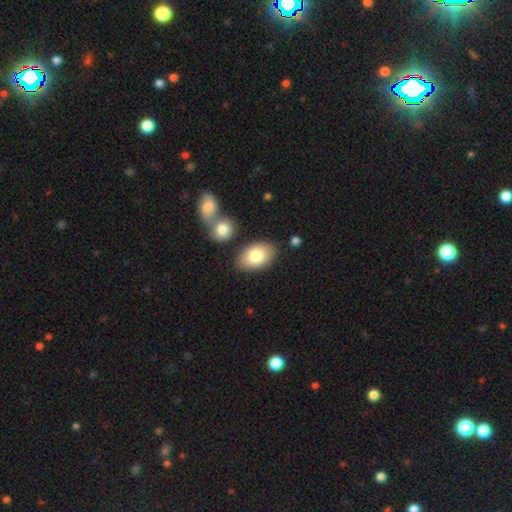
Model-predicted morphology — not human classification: smooth_or_featured: smooth (p=0.80) [alt: featured or disk p=0.14]
how_rounded: in between (p=0.91) [alt: round p=0.08]
merging: none (p=0.78) [alt: minor disturbance p=0.11]